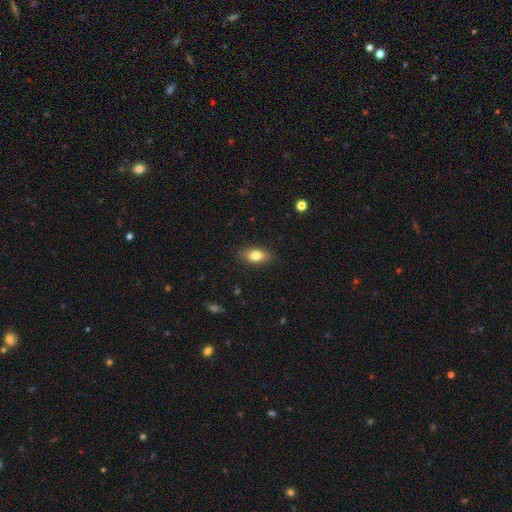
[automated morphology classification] smooth_or_featured: smooth (p=0.81) [alt: featured or disk p=0.12]
how_rounded: in between (p=0.86) [alt: cigar-shaped p=0.08]
merging: none (p=0.87) [alt: minor disturbance p=0.10]